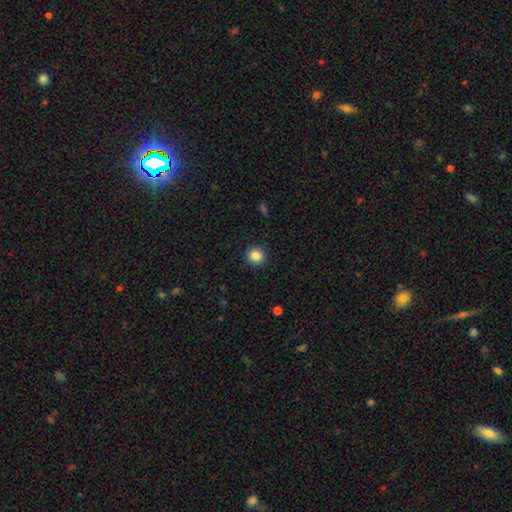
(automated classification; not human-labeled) This is clearly a smooth galaxy (85%). How rounded: clearly round (94%). Merging: clearly none (92%).